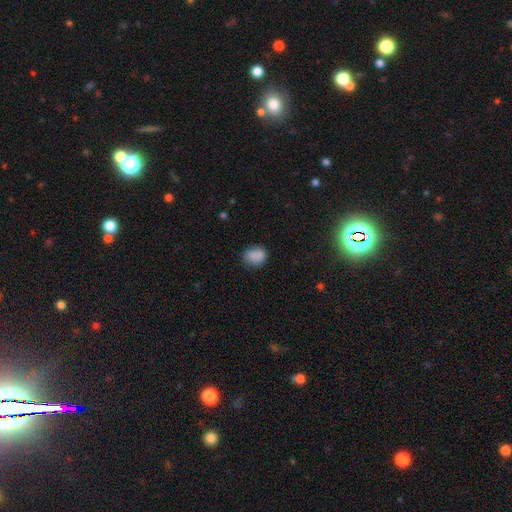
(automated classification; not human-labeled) A smooth galaxy with no disk features (82%) that is round (53%). Merging: none (65%).